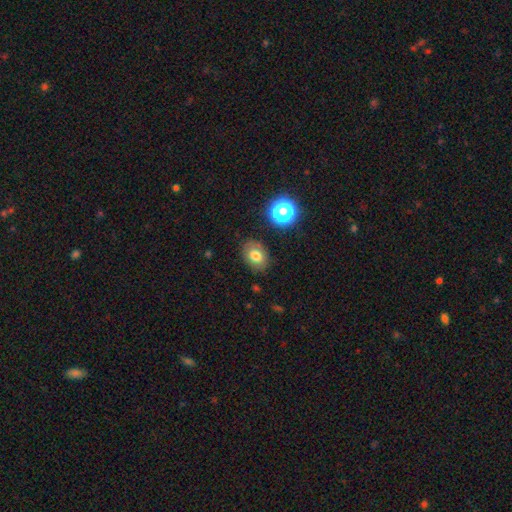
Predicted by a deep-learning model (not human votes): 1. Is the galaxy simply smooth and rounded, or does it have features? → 76% smooth, 13% featured or disk, 11% star or artifact.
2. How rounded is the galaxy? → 63% in between, 36% round, 1% cigar-shaped.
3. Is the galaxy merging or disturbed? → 82% none, 13% minor disturbance, 4% major disturbance, 2% merger.